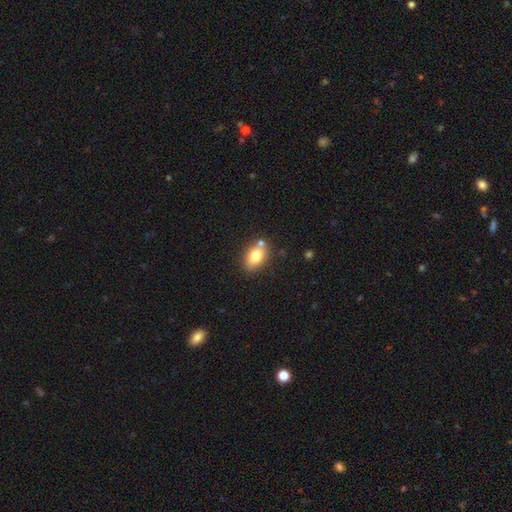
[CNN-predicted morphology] Smooth or featured? smooth (76%)
How rounded? in between (76%)
Merging? none (69%)